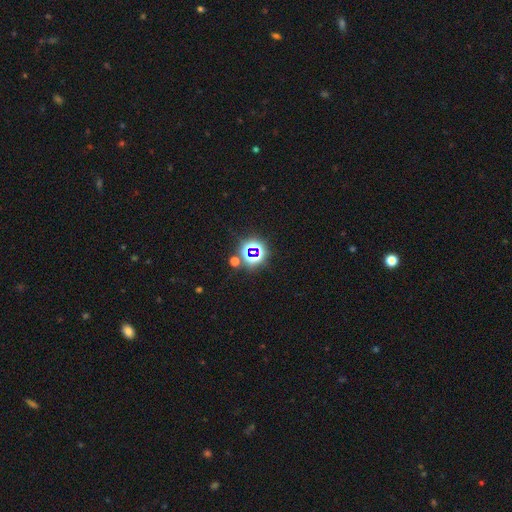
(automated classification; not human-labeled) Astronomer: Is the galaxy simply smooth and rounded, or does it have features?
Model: star or artifact — 72%.